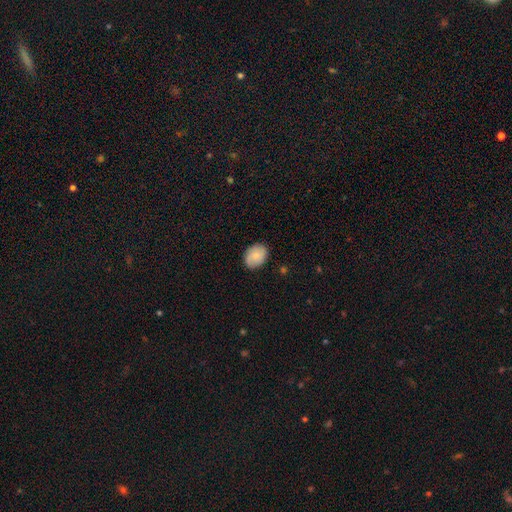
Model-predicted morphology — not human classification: Overall: smooth (82%). How rounded: in between (62%; round 37%). Merging: none (82%).